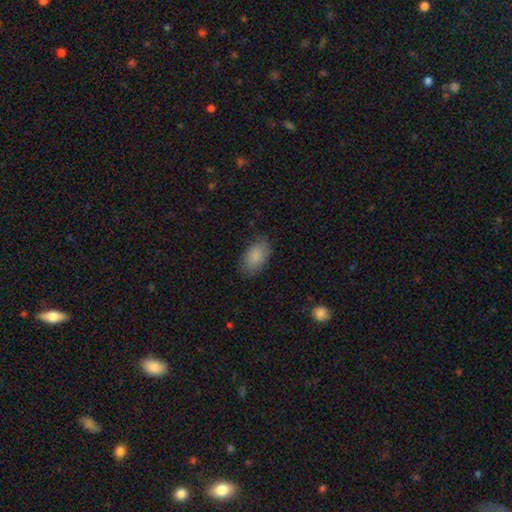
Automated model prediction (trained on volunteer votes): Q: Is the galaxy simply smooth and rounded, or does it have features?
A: smooth — 86%.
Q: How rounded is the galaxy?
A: in between — 93%.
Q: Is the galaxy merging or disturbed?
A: none — 81%.